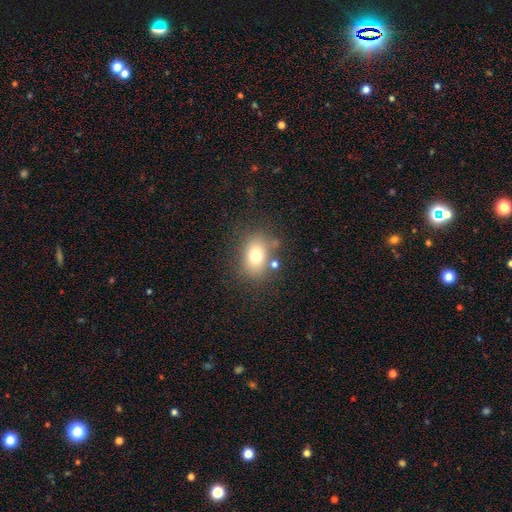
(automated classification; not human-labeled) Q: Smooth or featured?
A: smooth (73%); runner-up: featured or disk (15%)
Q: How rounded?
A: in between (64%); runner-up: round (35%)
Q: Merging?
A: none (72%); runner-up: minor disturbance (15%)